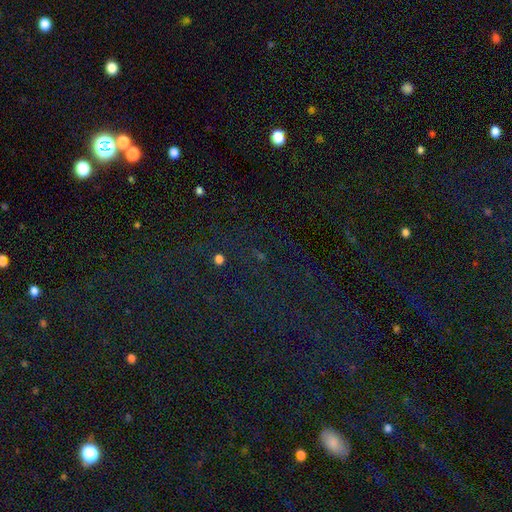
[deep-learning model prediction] A star or artifact, not a galaxy (75%).

Vote fractions:
- Smooth or featured? star or artifact: 75% / smooth: 16% / featured or disk: 9%